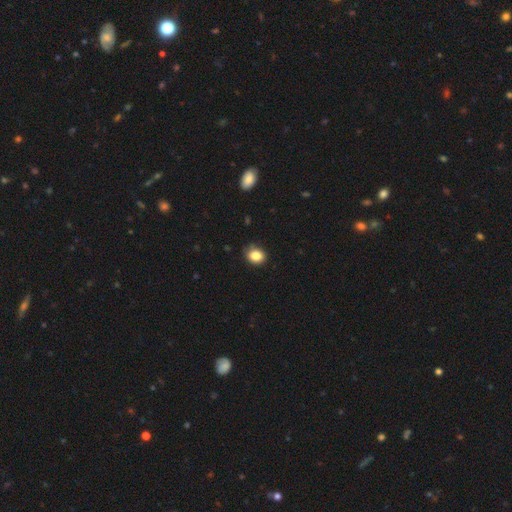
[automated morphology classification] A smooth galaxy with no disk features (84%) that is round (59%).

Vote fractions:
- Smooth or featured? smooth: 84% / star or artifact: 10% / featured or disk: 6%
- How rounded? round: 59% / in between: 40% / cigar-shaped: 1%
- Merging? none: 76% / minor disturbance: 20% / major disturbance: 3% / merger: 1%